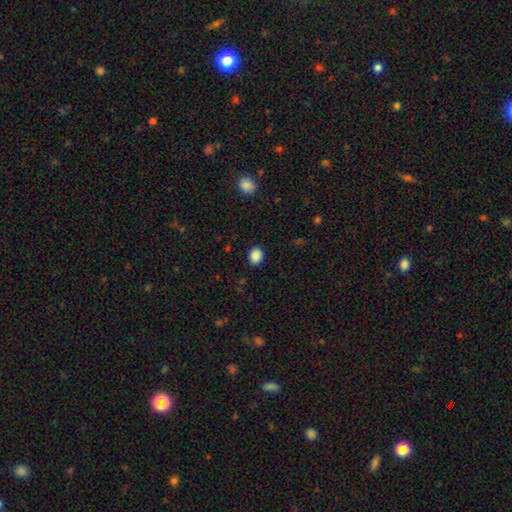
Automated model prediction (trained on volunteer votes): Smooth or featured: smooth — 88% (star or artifact — 9%)
How rounded: round — 53% (in between — 46%)
Merging: none — 86% (minor disturbance — 10%)